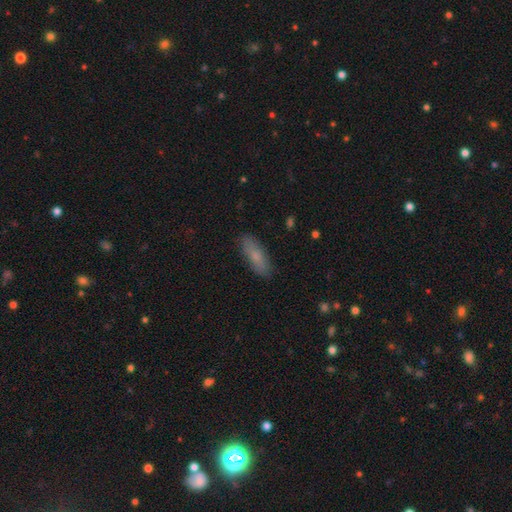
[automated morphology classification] Smooth or featured?
  - smooth: 76% *
  - featured or disk: 17%
  - star or artifact: 7%
How rounded?
  - in between: 53% *
  - cigar-shaped: 45%
  - round: 2%
Merging?
  - none: 86% *
  - minor disturbance: 11%
  - major disturbance: 2%
  - merger: 1%